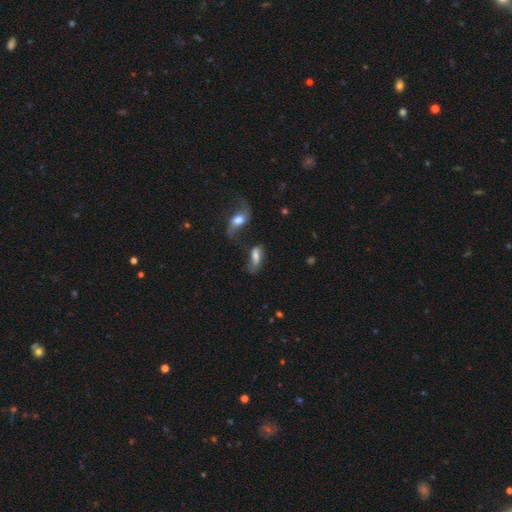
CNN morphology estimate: Smooth or featured?
  - smooth: 55% *
  - featured or disk: 35%
  - star or artifact: 10%
How rounded?
  - in between: 67% *
  - cigar-shaped: 29%
  - round: 4%
Merging?
  - none: 40% *
  - minor disturbance: 24%
  - major disturbance: 19%
  - merger: 17%